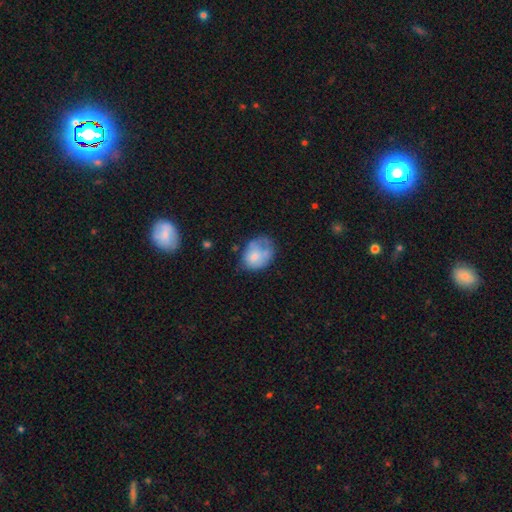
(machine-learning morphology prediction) Smooth or featured? smooth (63%)
How rounded? in between (58%)
Merging? none (38%)